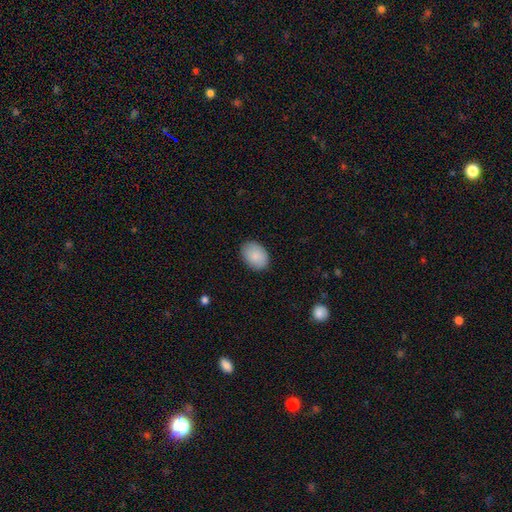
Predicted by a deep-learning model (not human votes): A smooth galaxy with no disk features (87%) that is in between round and cigar-shaped (78%). Merging: none (87%).